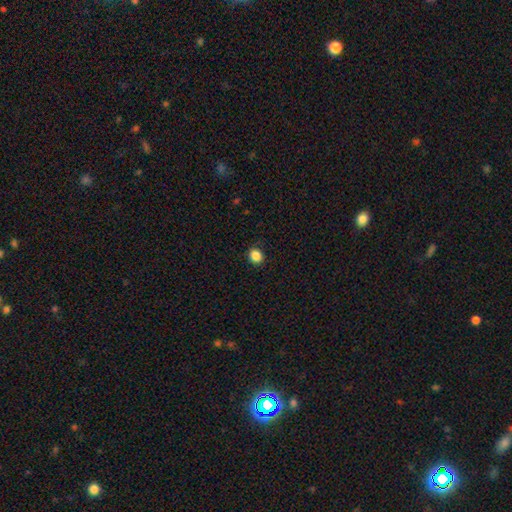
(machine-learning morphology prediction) smooth-or-featured: smooth: 86% | star or artifact: 11% | featured or disk: 4%
  how-rounded: round: 78% | in between: 21% | cigar-shaped: 1%
  merging: none: 90% | minor disturbance: 7% | major disturbance: 2% | merger: 1%